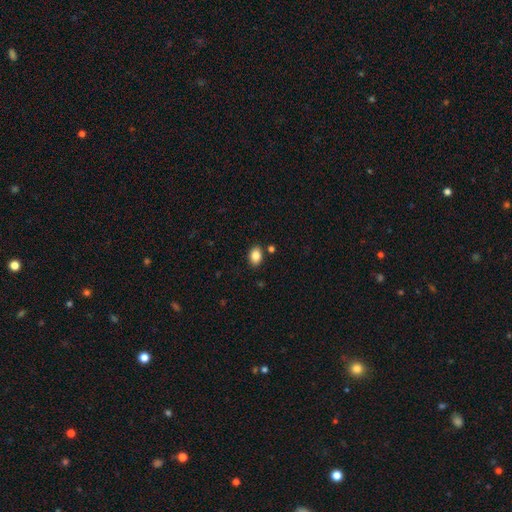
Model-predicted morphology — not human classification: type=smooth (86%); roundness=in between (77%); merging=none (85%).